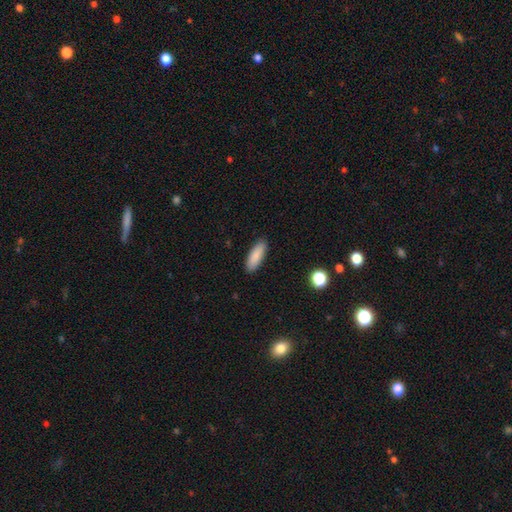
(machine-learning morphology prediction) Smooth or featured: smooth — 88% (star or artifact — 6%)
How rounded: in between — 58% (cigar-shaped — 40%)
Merging: none — 90% (minor disturbance — 8%)